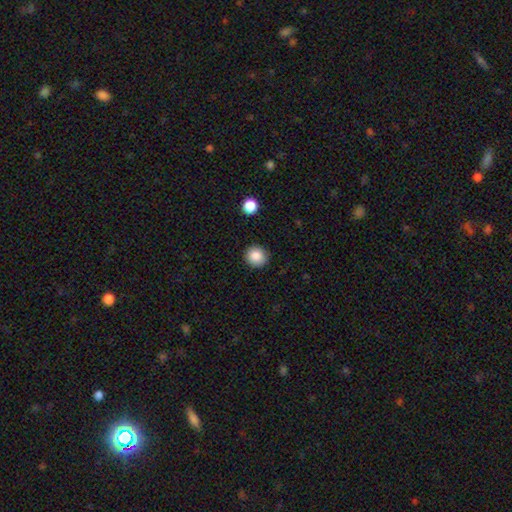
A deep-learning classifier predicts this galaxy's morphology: A smooth galaxy with no disk features (86%) that is round (89%). Merging: none (90%).